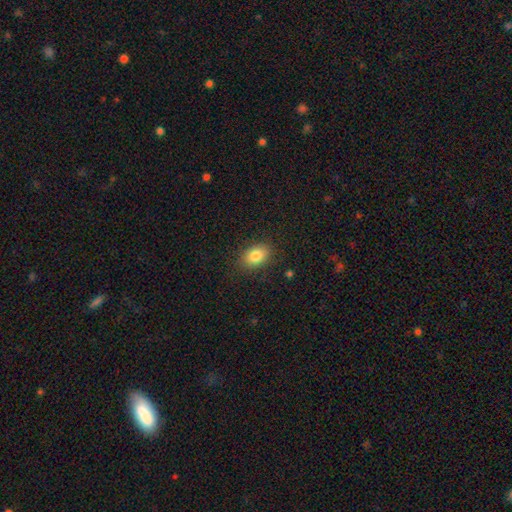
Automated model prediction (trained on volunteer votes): A smooth galaxy with no disk features (84%) that is in between round and cigar-shaped (80%). Merging: none (86%).